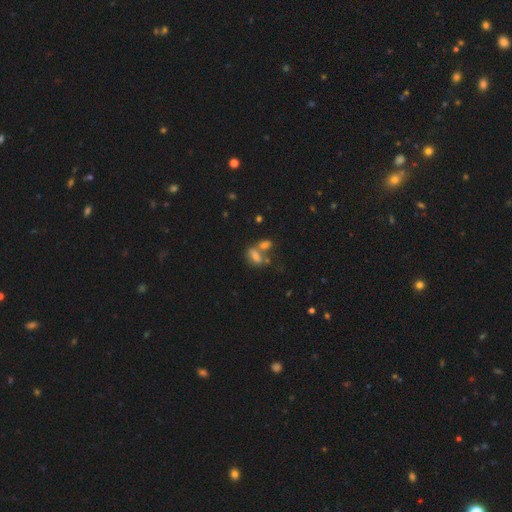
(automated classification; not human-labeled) smooth_or_featured: smooth (p=0.66) [alt: featured or disk p=0.20]
how_rounded: in between (p=0.82) [alt: round p=0.11]
merging: merger (p=0.46) [alt: none p=0.32]